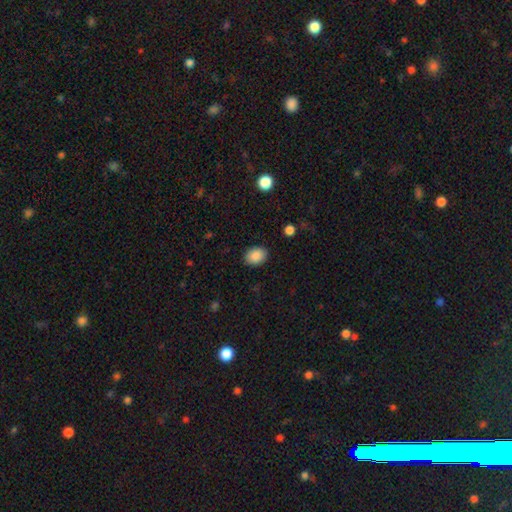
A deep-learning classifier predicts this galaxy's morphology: Smooth or featured? smooth (89%)
How rounded? in between (69%)
Merging? none (88%)